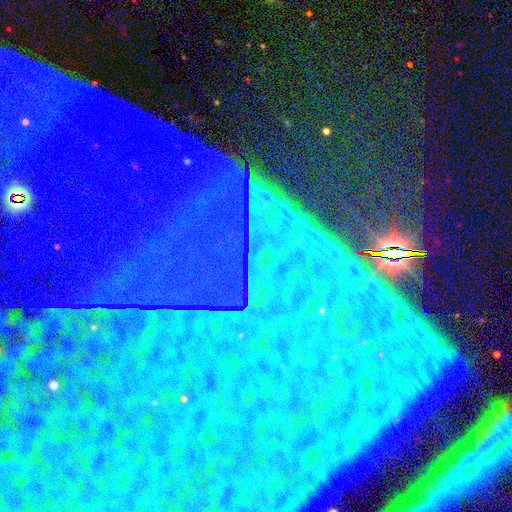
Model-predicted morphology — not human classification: smooth-or-featured: star or artifact: 87% | featured or disk: 7% | smooth: 6%